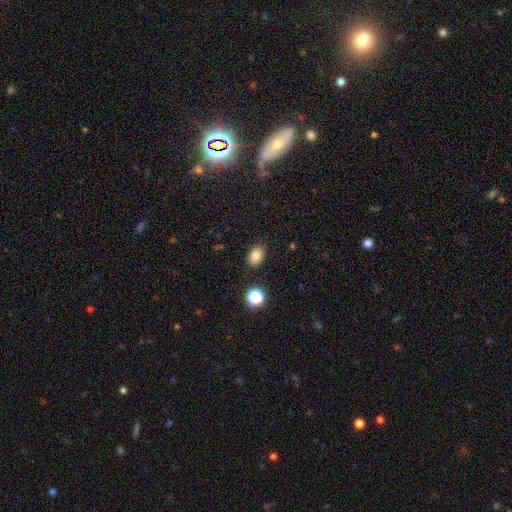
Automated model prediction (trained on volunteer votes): Smooth or featured: smooth — 81% (star or artifact — 11%)
How rounded: in between — 77% (round — 21%)
Merging: none — 87% (minor disturbance — 9%)